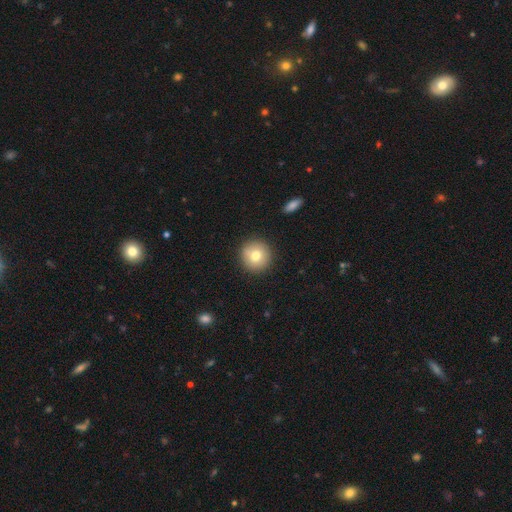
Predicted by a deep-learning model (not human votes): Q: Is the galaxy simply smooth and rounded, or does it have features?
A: smooth — 75%.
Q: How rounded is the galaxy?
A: round — 94%.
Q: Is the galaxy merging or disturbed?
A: none — 89%.